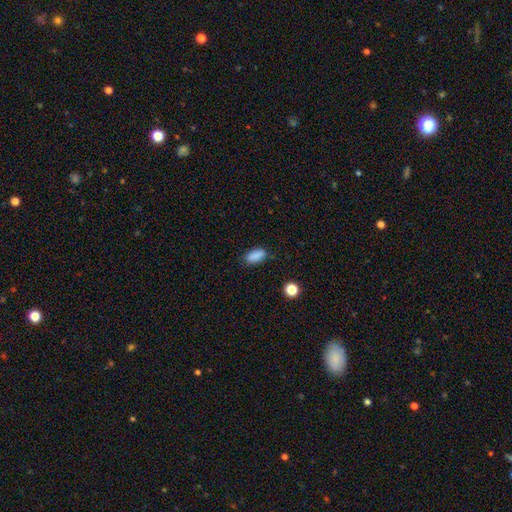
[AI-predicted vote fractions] Smooth or featured? smooth (87%)
How rounded? in between (88%)
Merging? none (81%)